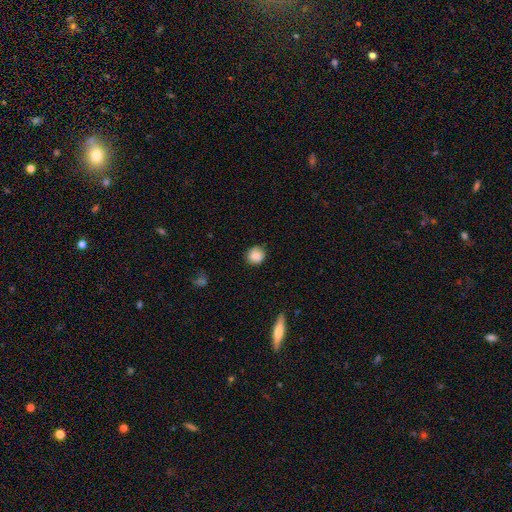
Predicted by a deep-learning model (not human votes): smooth-or-featured: smooth: 85% | star or artifact: 9% | featured or disk: 6%
  how-rounded: round: 90% | in between: 9% | cigar-shaped: 1%
  merging: none: 84% | minor disturbance: 12% | major disturbance: 3% | merger: 1%